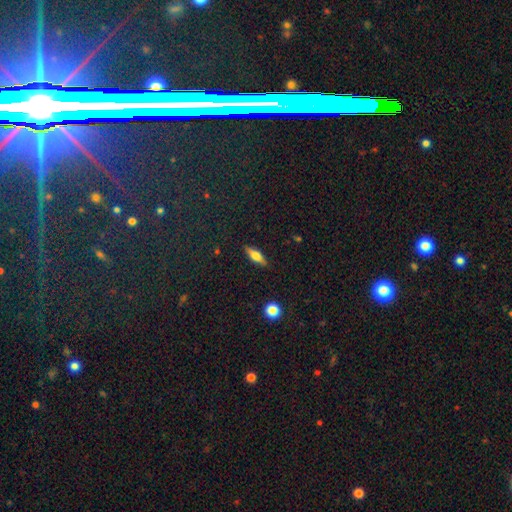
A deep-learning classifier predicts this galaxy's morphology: smooth_or_featured: smooth (p=0.55) [alt: featured or disk p=0.37]
how_rounded: in between (p=0.50) [alt: cigar-shaped p=0.47]
merging: none (p=0.87) [alt: minor disturbance p=0.09]